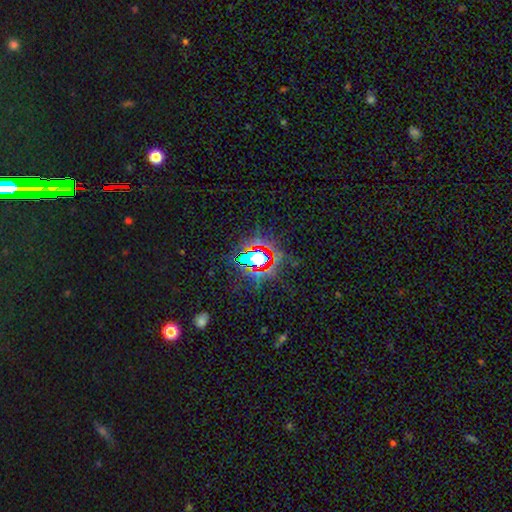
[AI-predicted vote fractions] smooth-or-featured: star or artifact: 69% | smooth: 19% | featured or disk: 12%